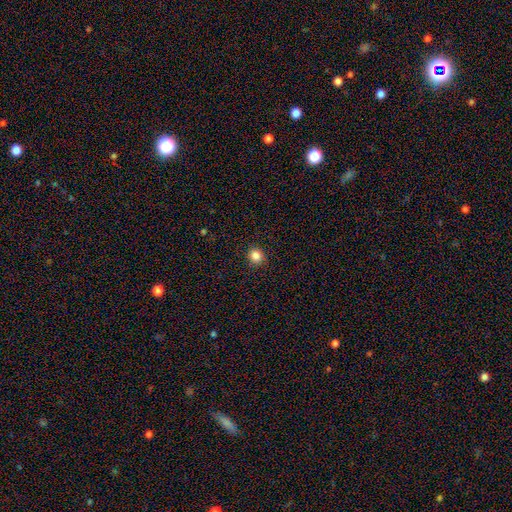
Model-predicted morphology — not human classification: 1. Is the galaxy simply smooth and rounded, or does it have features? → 85% smooth, 11% star or artifact, 4% featured or disk.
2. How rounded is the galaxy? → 86% round, 14% in between, 1% cigar-shaped.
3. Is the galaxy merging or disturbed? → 91% none, 6% minor disturbance, 2% major disturbance, 1% merger.